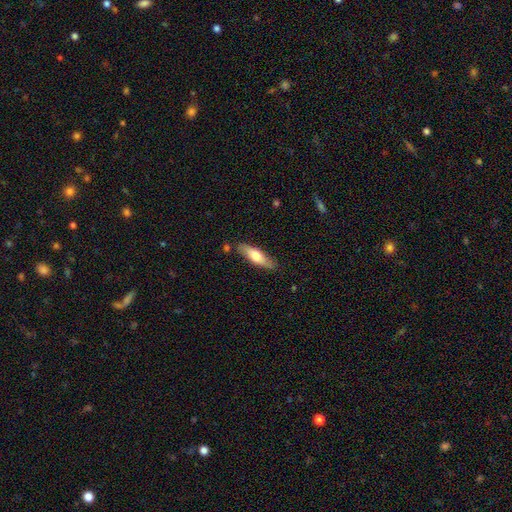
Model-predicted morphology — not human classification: A smooth galaxy with no disk features (65%) that is cigar-shaped (55%). Merging: none (80%).